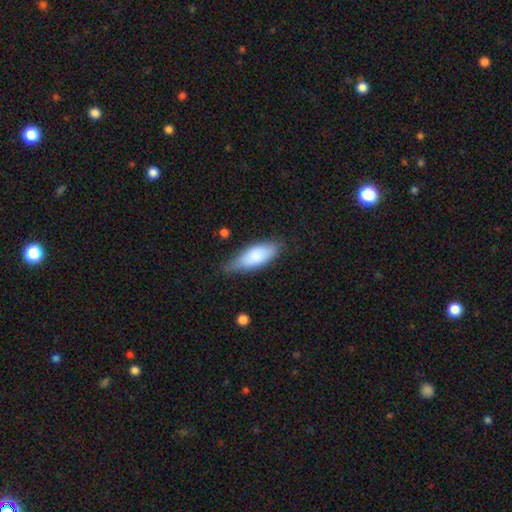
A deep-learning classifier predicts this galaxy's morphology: smooth_or_featured: smooth (p=0.81) [alt: featured or disk p=0.14]
how_rounded: in between (p=0.74) [alt: cigar-shaped p=0.24]
merging: none (p=0.63) [alt: minor disturbance p=0.30]